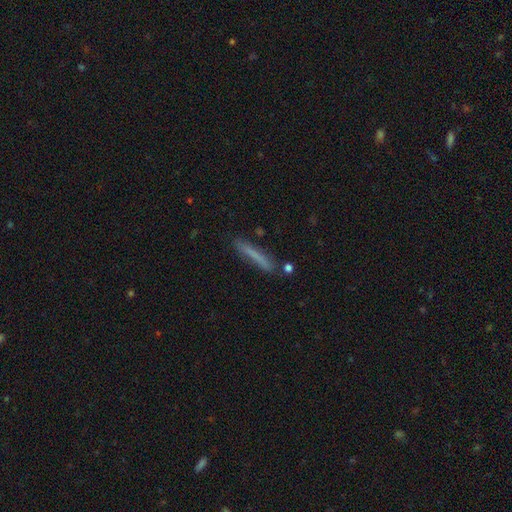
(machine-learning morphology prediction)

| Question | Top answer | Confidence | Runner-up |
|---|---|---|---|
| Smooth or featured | smooth | 69% | featured or disk (23%) |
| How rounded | cigar-shaped | 94% | in between (4%) |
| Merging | none | 79% | minor disturbance (14%) |